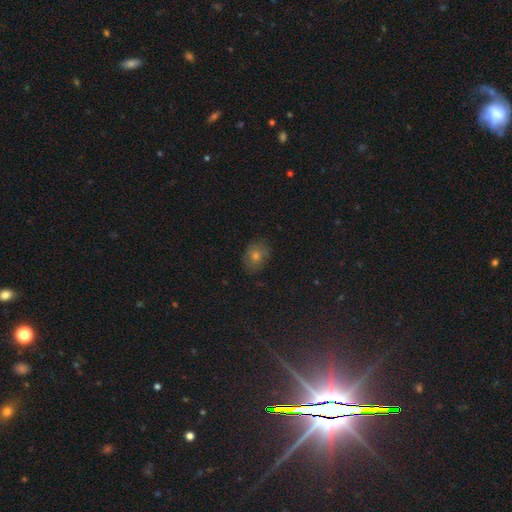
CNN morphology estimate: Smooth or featured: smooth — 58% (star or artifact — 26%)
How rounded: in between — 49% (tied with round — 49%)
Merging: none — 82% (minor disturbance — 14%)